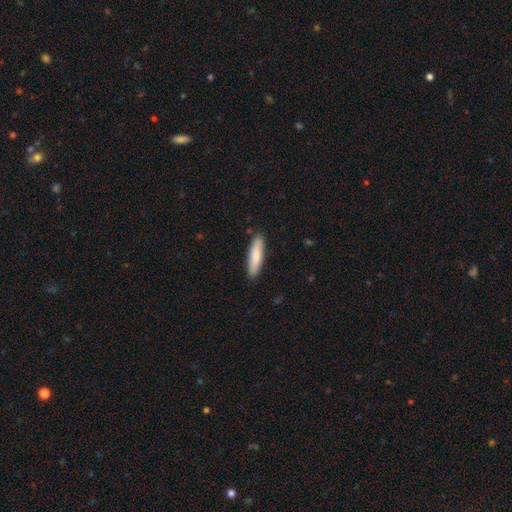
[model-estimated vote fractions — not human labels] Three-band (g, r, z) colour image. It shows a smooth galaxy with no disk features (81%) that is cigar-shaped (75%). Merging: none (89%).